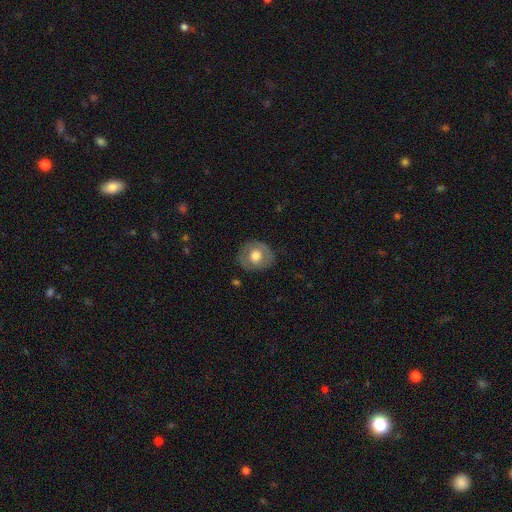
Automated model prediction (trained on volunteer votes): Smooth or featured: smooth — 58% (featured or disk — 35%)
How rounded: round — 77% (in between — 22%)
Merging: none — 81% (minor disturbance — 14%)